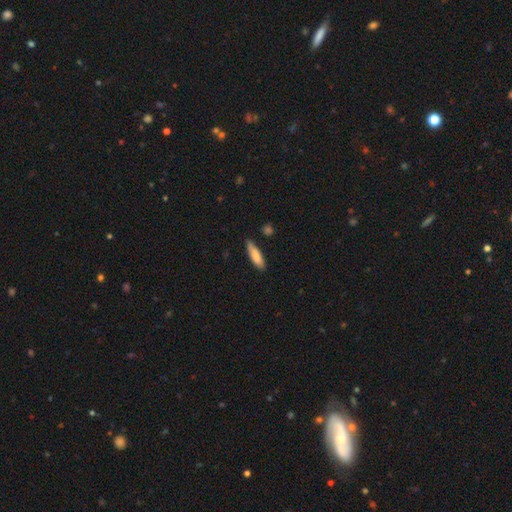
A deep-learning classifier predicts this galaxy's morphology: A smooth galaxy with no disk features (79%) that is cigar-shaped (62%). Merging: none (77%).